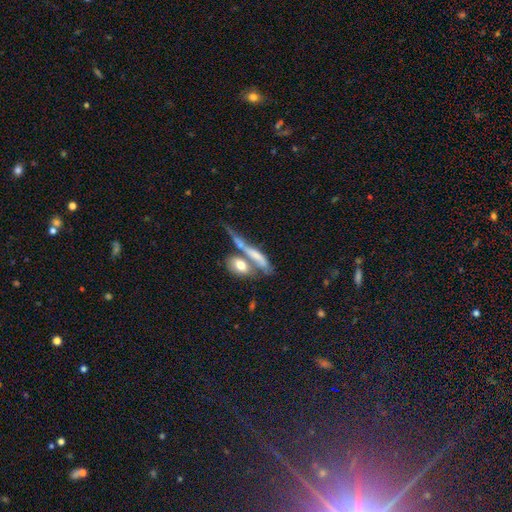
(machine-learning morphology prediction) smooth_or_featured: smooth (p=0.57) [alt: featured or disk p=0.35]
how_rounded: in between (p=0.48) [alt: cigar-shaped p=0.46]
merging: merger (p=0.50) [alt: none p=0.26]